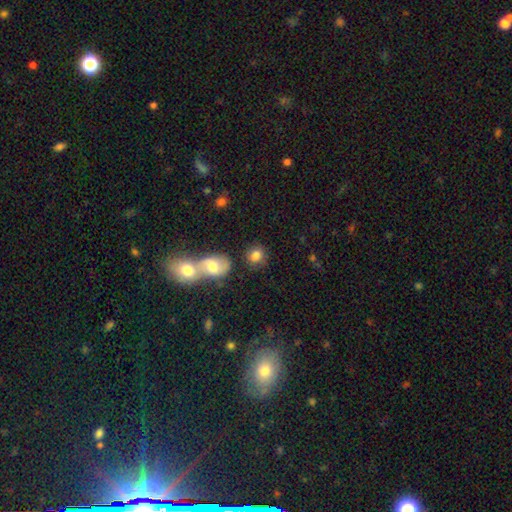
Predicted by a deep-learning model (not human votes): smooth-or-featured: smooth: 80% | featured or disk: 10% | star or artifact: 9%
  how-rounded: round: 58% | in between: 41% | cigar-shaped: 2%
  merging: none: 56% | merger: 23% | minor disturbance: 14% | major disturbance: 6%